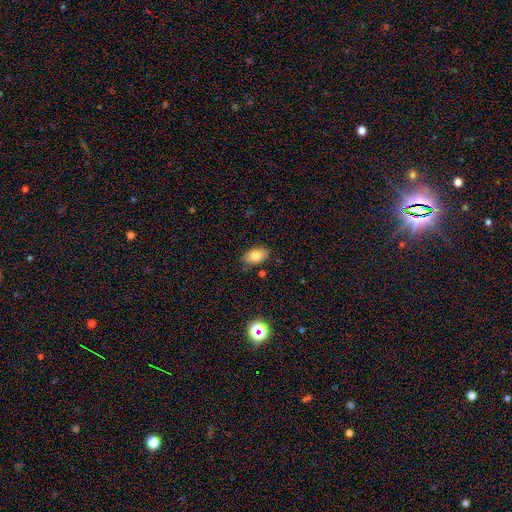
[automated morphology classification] type=smooth (79%); roundness=in between (91%); merging=none (83%).